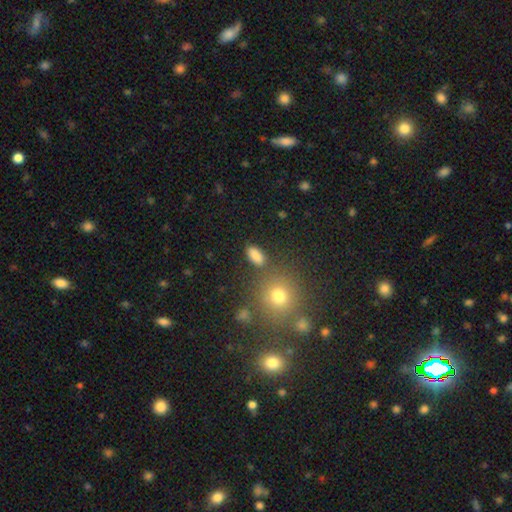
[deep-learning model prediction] The model was most divided on "merging": none: 78%, minor disturbance: 12%, merger: 6%, major disturbance: 4%. More confident: how rounded — in between (87%); smooth or featured — smooth (85%).